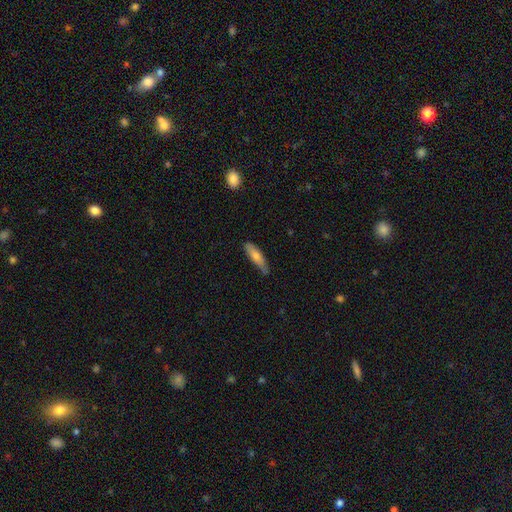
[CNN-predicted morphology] Smooth or featured: smooth — 68% (featured or disk — 26%)
How rounded: cigar-shaped — 67% (in between — 31%)
Merging: none — 68% (minor disturbance — 26%)